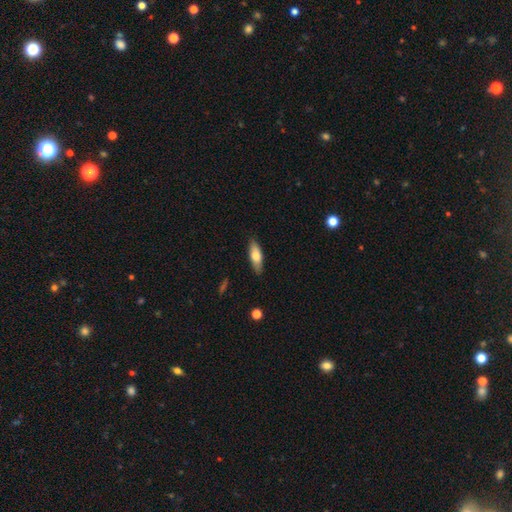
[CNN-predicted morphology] This appears to be a smooth galaxy with no disk features (70%) that is in between round and cigar-shaped (63%). Merging: none (85%).